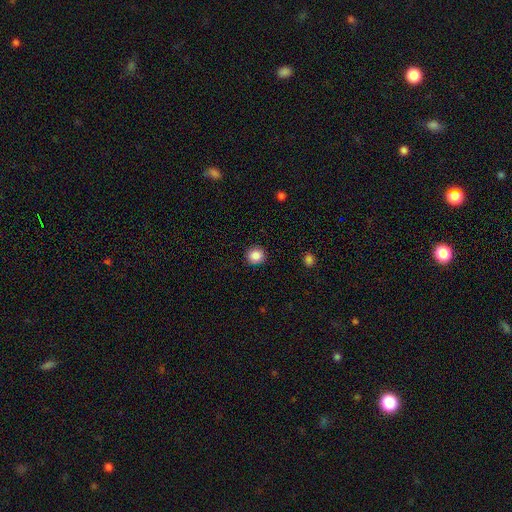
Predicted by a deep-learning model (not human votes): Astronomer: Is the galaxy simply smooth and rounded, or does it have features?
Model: smooth — 86%.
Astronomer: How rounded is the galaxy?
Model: round — 91%.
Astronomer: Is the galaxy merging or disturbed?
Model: none — 90%.